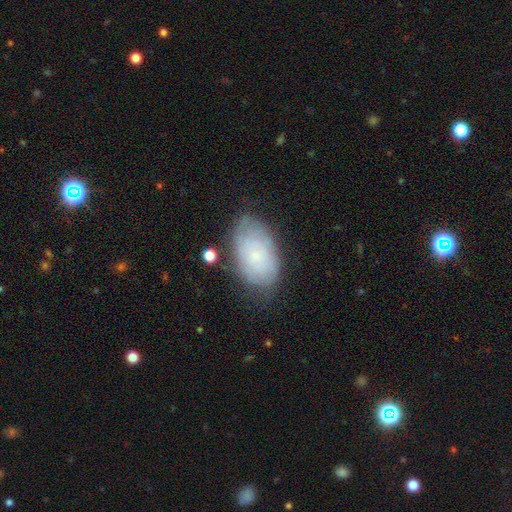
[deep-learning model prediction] Smooth or featured? smooth (54%)
How rounded? in between (91%)
Merging? none (66%)